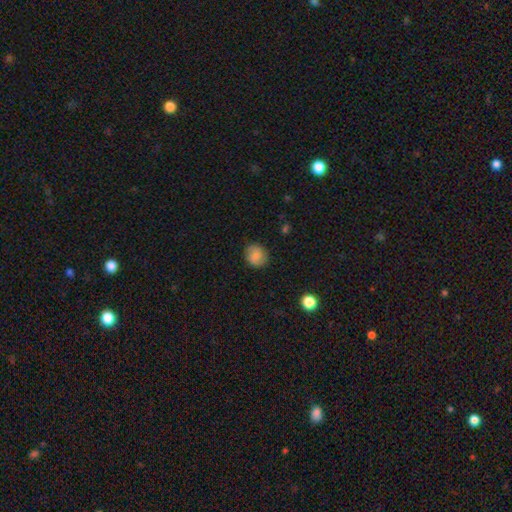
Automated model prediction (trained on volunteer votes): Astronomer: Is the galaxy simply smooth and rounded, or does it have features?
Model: smooth — 79%.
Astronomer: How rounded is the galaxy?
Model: round — 79%.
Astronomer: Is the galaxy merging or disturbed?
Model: none — 84%.